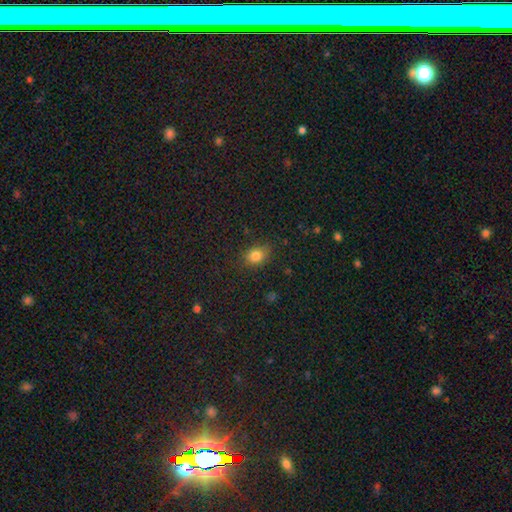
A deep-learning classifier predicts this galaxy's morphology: Smooth or featured? smooth (82%)
How rounded? in between (54%)
Merging? none (79%)